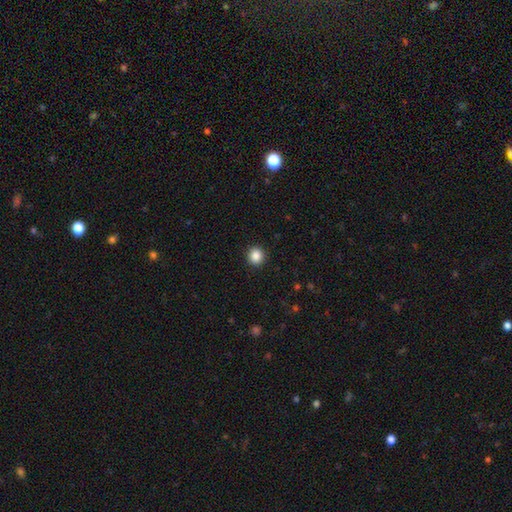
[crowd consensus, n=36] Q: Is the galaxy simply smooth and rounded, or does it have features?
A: smooth — 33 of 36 (92%).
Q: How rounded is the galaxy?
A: round — 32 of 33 (97%).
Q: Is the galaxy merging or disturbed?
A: none — 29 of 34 (85%).